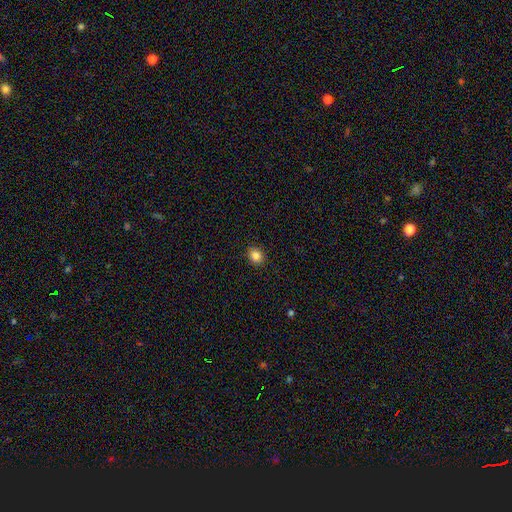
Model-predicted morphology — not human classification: Smooth or featured?
  - smooth: 84% *
  - star or artifact: 11%
  - featured or disk: 5%
How rounded?
  - round: 74% *
  - in between: 26%
  - cigar-shaped: 1%
Merging?
  - none: 91% *
  - minor disturbance: 6%
  - major disturbance: 2%
  - merger: 1%